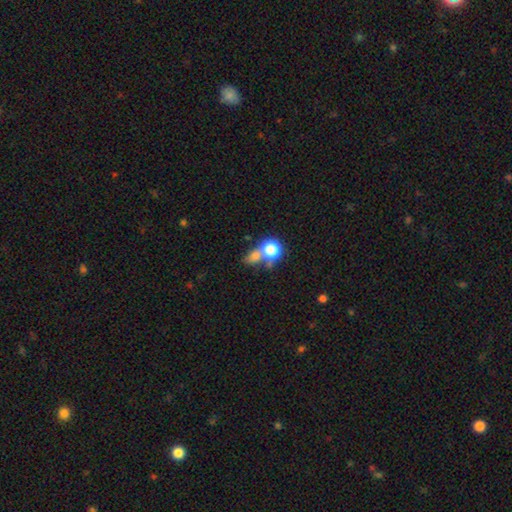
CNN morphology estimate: This appears to be a smooth galaxy with no disk features (70%) that is round (62%). Merging: merger (47%).